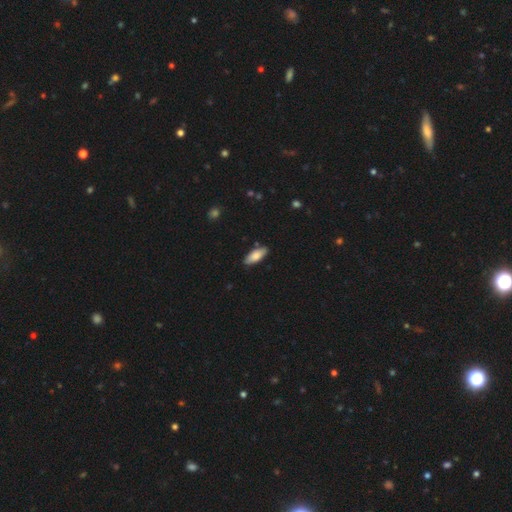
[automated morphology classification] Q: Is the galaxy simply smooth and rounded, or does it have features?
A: smooth — 80%.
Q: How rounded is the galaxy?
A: in between — 77%.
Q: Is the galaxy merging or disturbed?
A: none — 84%.